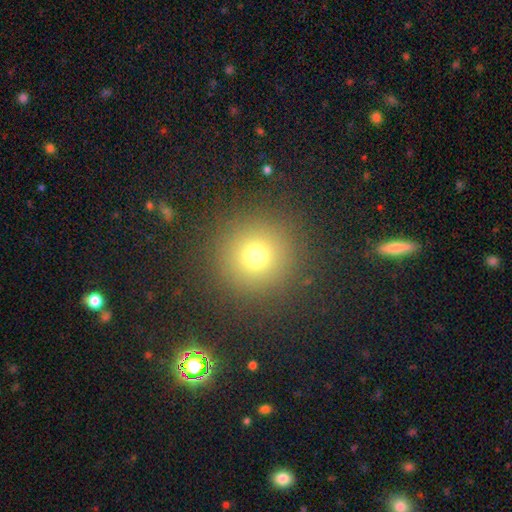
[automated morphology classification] This appears to be a smooth galaxy with no disk features (72%) that is round (95%). Merging: none (89%).